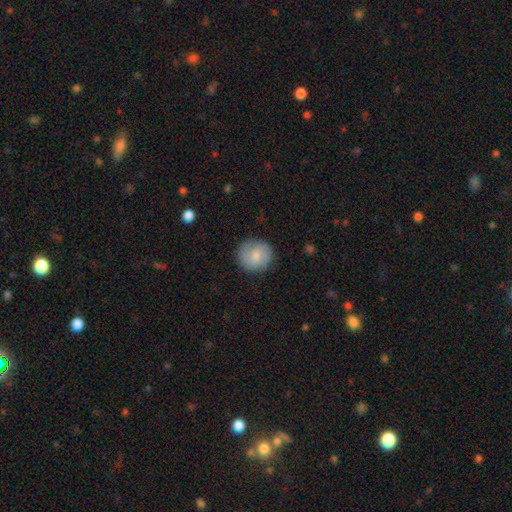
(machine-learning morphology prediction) Smooth or featured? smooth (67%)
How rounded? round (91%)
Merging? none (83%)